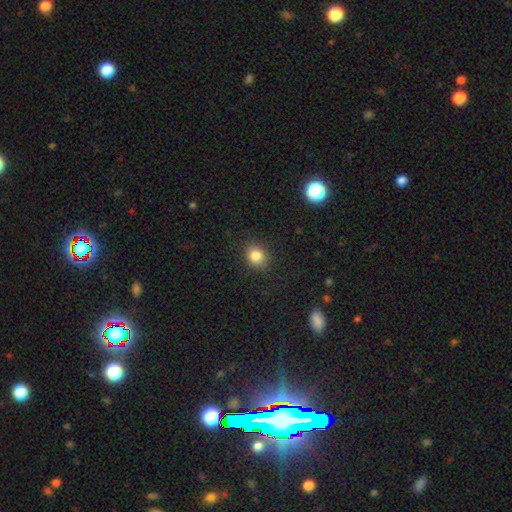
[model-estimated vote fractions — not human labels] A smooth galaxy with no disk features (83%) that is round (64%). Merging: none (87%).